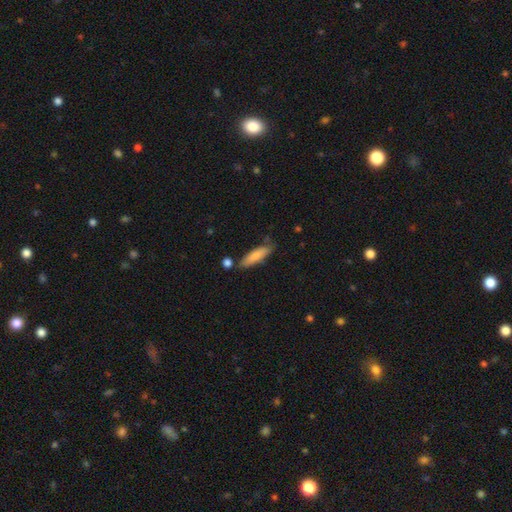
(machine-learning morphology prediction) Q: Smooth or featured?
A: smooth (81%); runner-up: featured or disk (13%)
Q: How rounded?
A: cigar-shaped (71%); runner-up: in between (28%)
Q: Merging?
A: none (75%); runner-up: minor disturbance (16%)